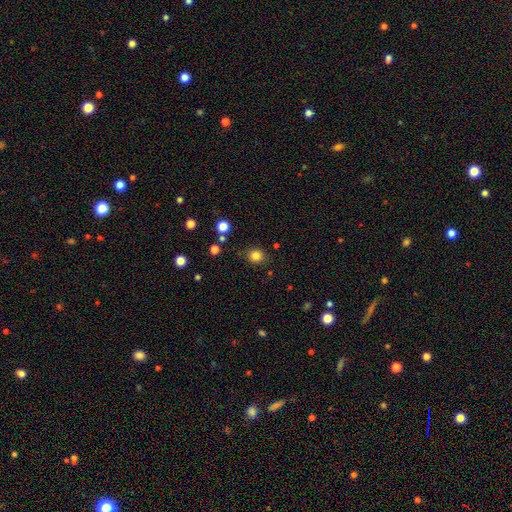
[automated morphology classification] smooth_or_featured: smooth (p=0.82) [alt: star or artifact p=0.13]
how_rounded: round (p=0.81) [alt: in between p=0.18]
merging: none (p=0.85) [alt: minor disturbance p=0.10]